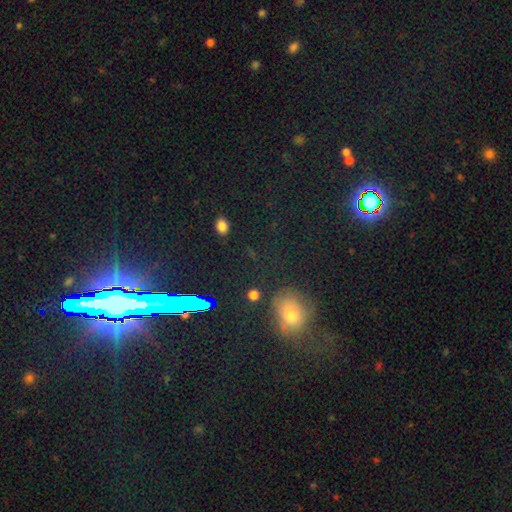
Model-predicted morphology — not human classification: Smooth or featured?
  - star or artifact: 52% *
  - smooth: 31%
  - featured or disk: 17%